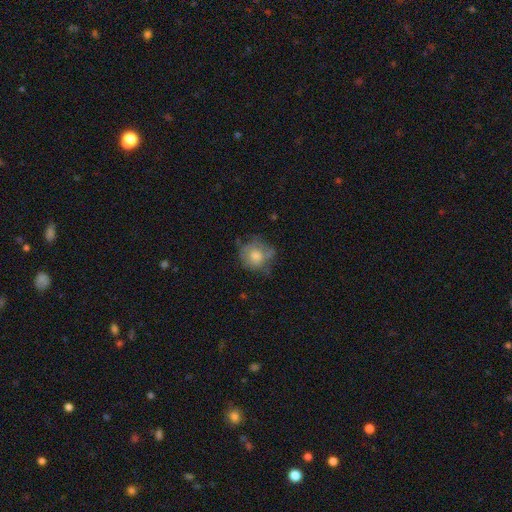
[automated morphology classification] Overall: smooth (62%; featured or disk 28%). How rounded: round (81%). Merging: none (57%; minor disturbance 26%).